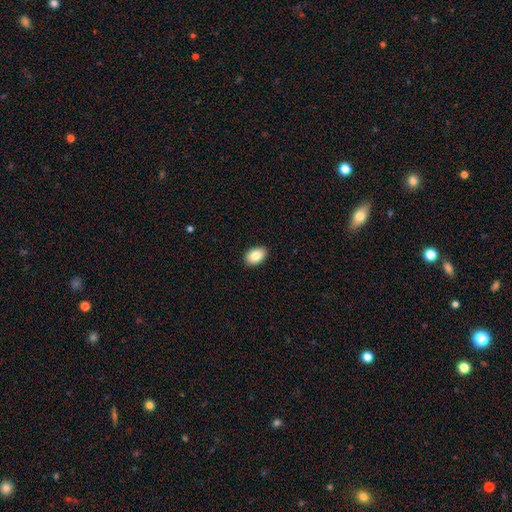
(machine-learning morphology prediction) Smooth or featured?
  - smooth: 86% *
  - star or artifact: 7%
  - featured or disk: 7%
How rounded?
  - in between: 87% *
  - round: 12%
  - cigar-shaped: 1%
Merging?
  - none: 90% *
  - minor disturbance: 7%
  - major disturbance: 2%
  - merger: 1%